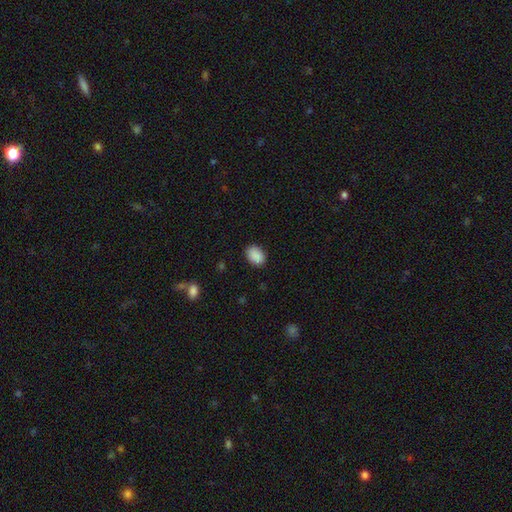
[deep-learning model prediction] Smooth or featured? smooth (90%)
How rounded? in between (77%)
Merging? none (86%)